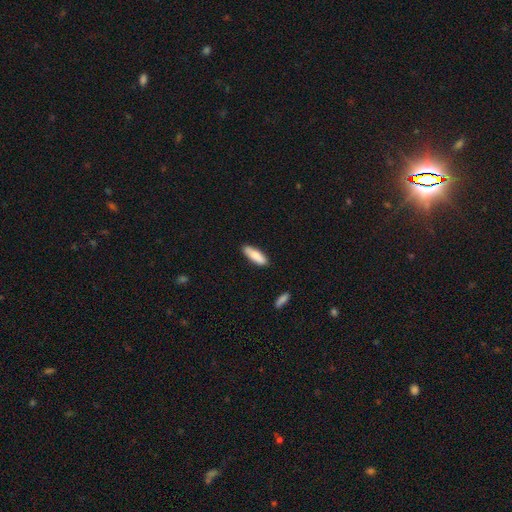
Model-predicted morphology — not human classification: smooth 85%, featured or disk 10%, star or artifact 6%. Down the decision tree: how rounded — cigar-shaped (49%, tied with in between); merging — none (83%).